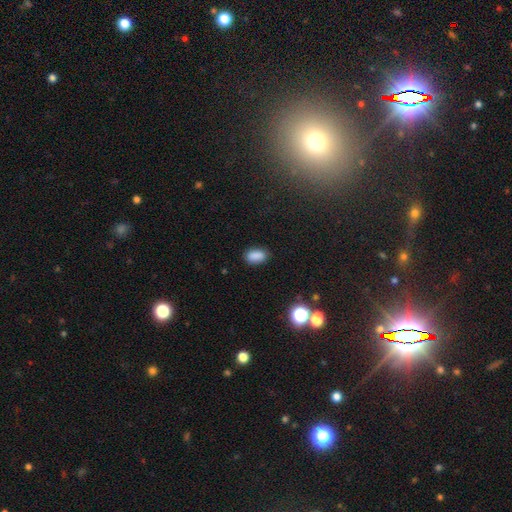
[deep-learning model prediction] Smooth or featured? Predicted: smooth (p=0.86). How rounded? Predicted: in between (p=0.90). Merging? Predicted: none (p=0.86).